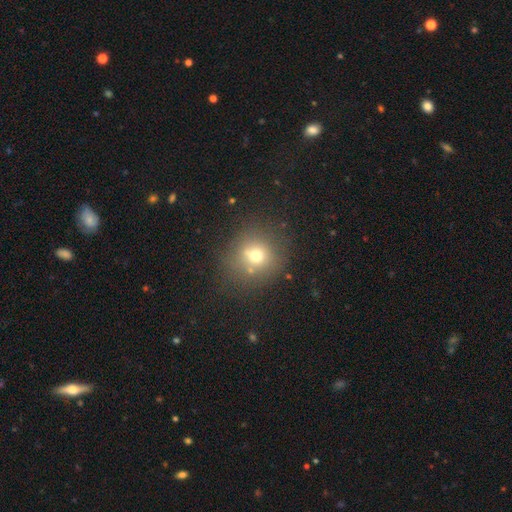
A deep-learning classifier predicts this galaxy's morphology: smooth 66%, star or artifact 17%, featured or disk 17%. Down the decision tree: how rounded — round (86%); merging — none (70%).